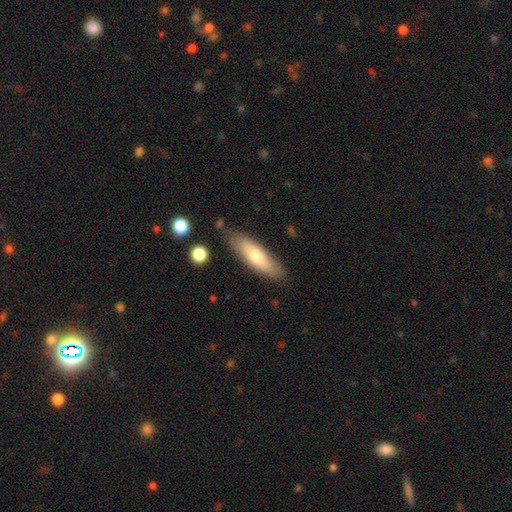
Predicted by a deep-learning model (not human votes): Smooth or featured? smooth (67%)
How rounded? cigar-shaped (56%)
Merging? none (82%)